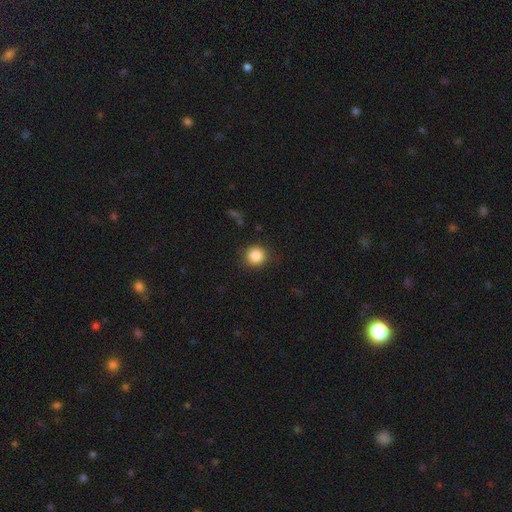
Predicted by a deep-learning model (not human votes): The model was most divided on "smooth or featured": smooth: 86%, star or artifact: 10%, featured or disk: 4%. More confident: how rounded — round (90%); merging — none (87%).